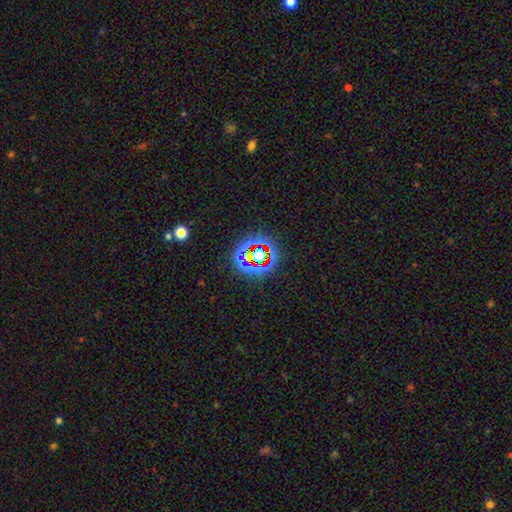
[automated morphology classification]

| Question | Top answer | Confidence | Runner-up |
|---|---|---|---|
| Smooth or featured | star or artifact | 70% | smooth (18%) |